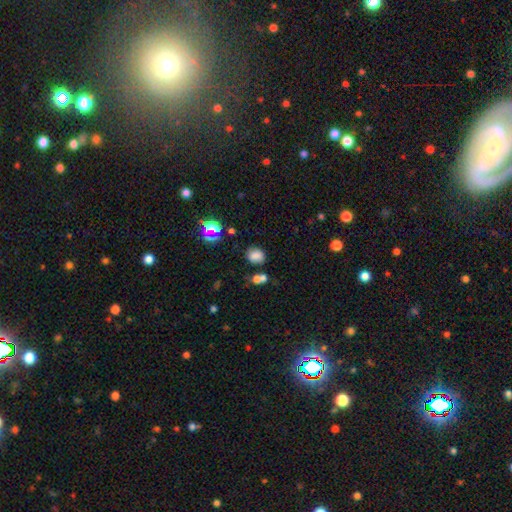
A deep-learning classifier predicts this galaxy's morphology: The model was most divided on "how rounded": round: 57%, in between: 42%, cigar-shaped: 1%. More confident: smooth or featured — smooth (72%); merging — none (66%).